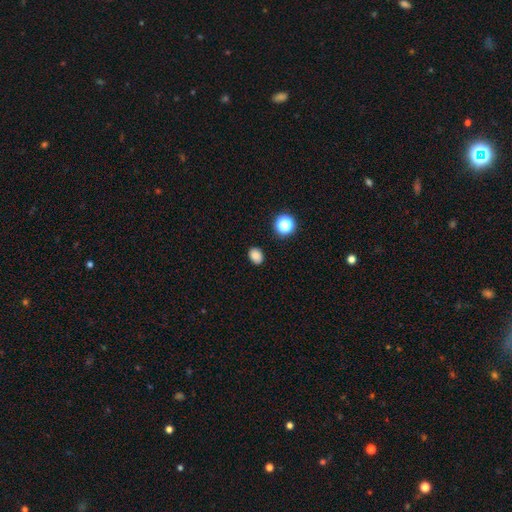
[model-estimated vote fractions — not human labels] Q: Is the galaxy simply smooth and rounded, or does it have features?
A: smooth — 84%.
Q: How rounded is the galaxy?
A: in between — 62%.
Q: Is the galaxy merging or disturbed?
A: none — 88%.